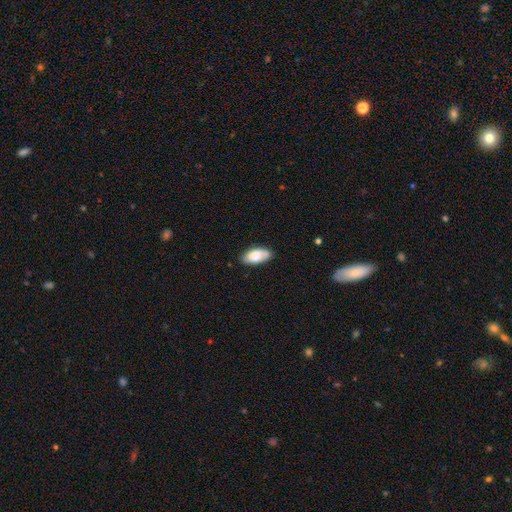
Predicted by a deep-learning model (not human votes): The model was most divided on "merging": none: 71%, minor disturbance: 22%, major disturbance: 4%, merger: 2%. More confident: how rounded — in between (93%); smooth or featured — smooth (78%).